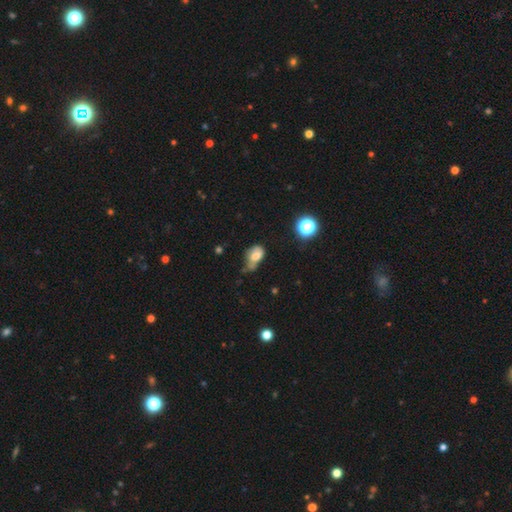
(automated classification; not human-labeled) smooth 64%, featured or disk 24%, star or artifact 12%. Down the decision tree: how rounded — in between (77%); merging — minor disturbance (38%).